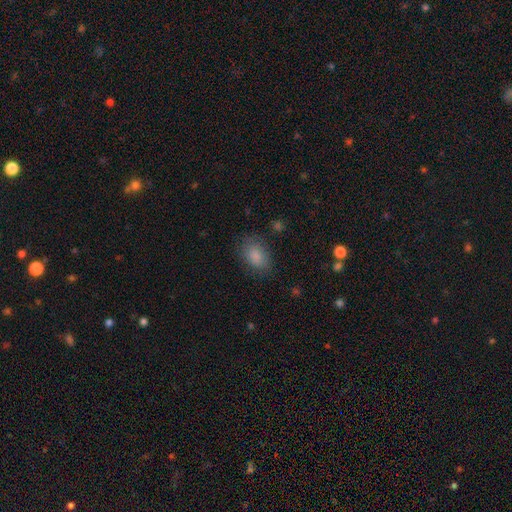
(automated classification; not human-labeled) smooth-or-featured: smooth: 85% | star or artifact: 9% | featured or disk: 6%
  how-rounded: in between: 82% | round: 17% | cigar-shaped: 1%
  merging: none: 78% | minor disturbance: 15% | major disturbance: 5% | merger: 1%